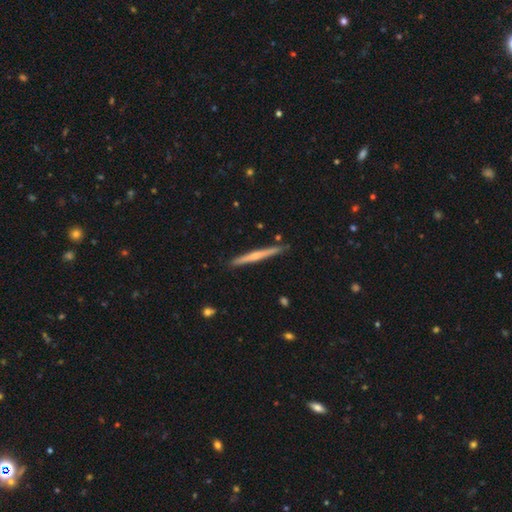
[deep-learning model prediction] Morphology: type=featured or disk (61%); edge-on=yes (98%); edge-on bulge=rounded (62%); merging=none (90%).